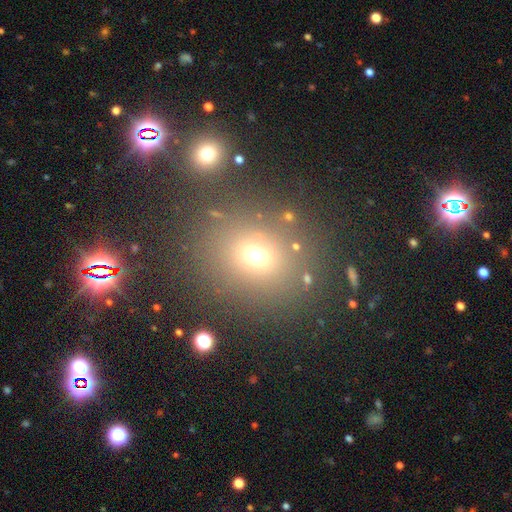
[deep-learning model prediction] A smooth galaxy with no disk features (66%) that is round (73%).

Vote fractions:
- Smooth or featured? smooth: 66% / star or artifact: 23% / featured or disk: 11%
- How rounded? round: 73% / in between: 26% / cigar-shaped: 1%
- Merging? none: 77% / minor disturbance: 9% / merger: 8% / major disturbance: 6%